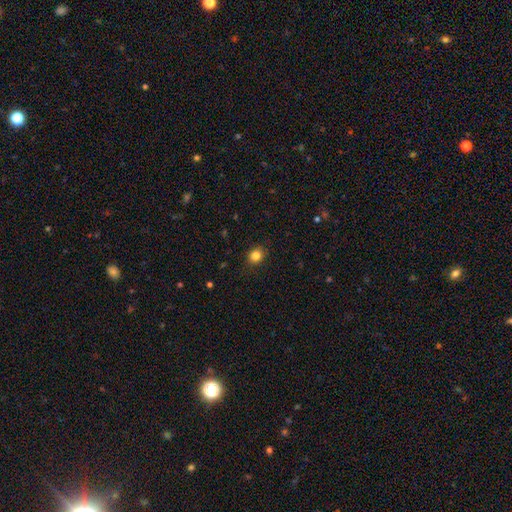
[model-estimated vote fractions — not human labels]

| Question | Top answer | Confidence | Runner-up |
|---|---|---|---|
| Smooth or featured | smooth | 84% | star or artifact (11%) |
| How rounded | round | 67% | in between (32%) |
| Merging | none | 87% | minor disturbance (10%) |